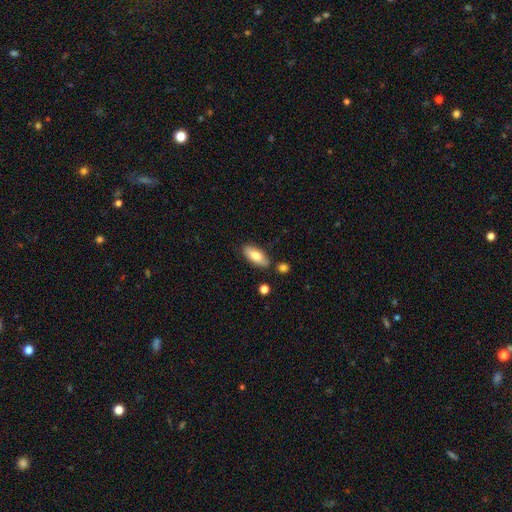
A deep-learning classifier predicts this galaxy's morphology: type=smooth (76%); roundness=in between (83%); merging=none (78%).